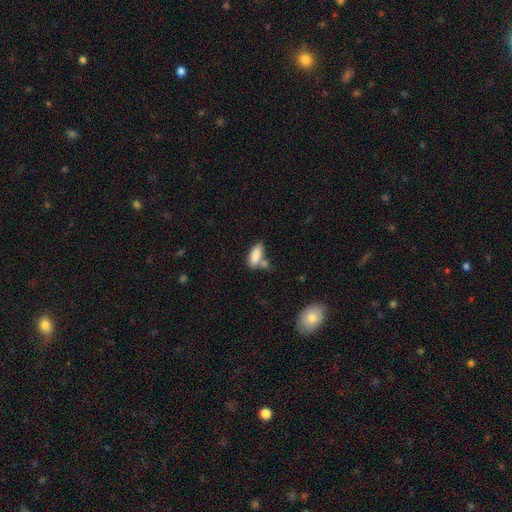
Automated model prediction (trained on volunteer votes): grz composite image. It shows a smooth galaxy with no disk features (85%) that is in between round and cigar-shaped (81%). Merging: none (50%).